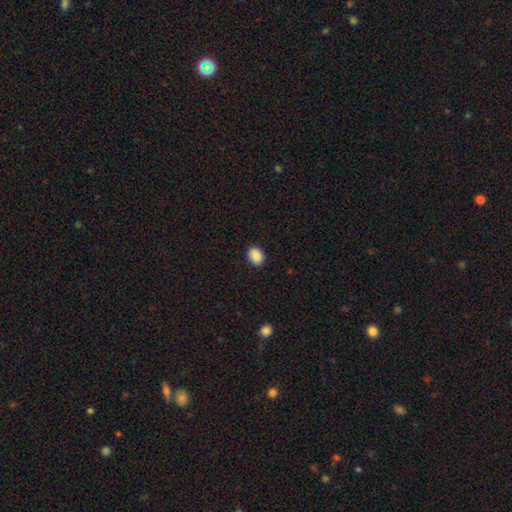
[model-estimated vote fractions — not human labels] Overall: smooth (90%). How rounded: in between (65%; round 34%). Merging: none (90%).